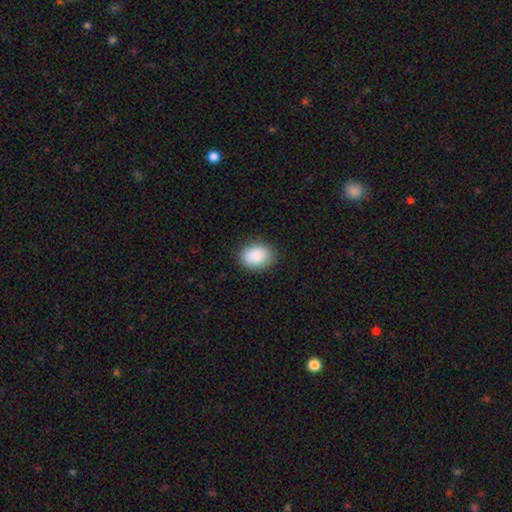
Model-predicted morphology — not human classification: smooth-or-featured: smooth: 89% | star or artifact: 7% | featured or disk: 4%
  how-rounded: in between: 72% | round: 27% | cigar-shaped: 1%
  merging: none: 86% | minor disturbance: 10% | major disturbance: 3% | merger: 1%